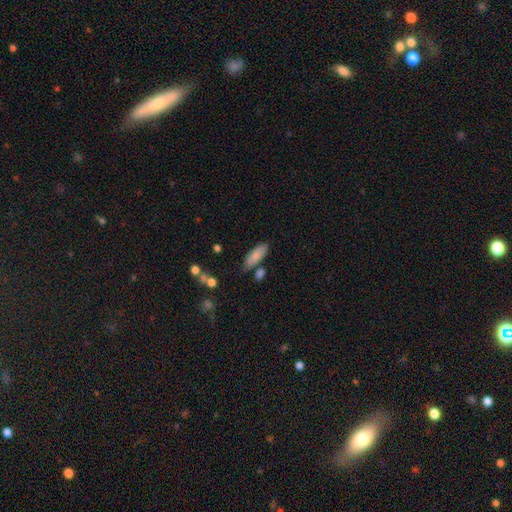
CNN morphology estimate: A smooth galaxy with no disk features (81%) that is in between round and cigar-shaped (73%). Merging: none (73%).